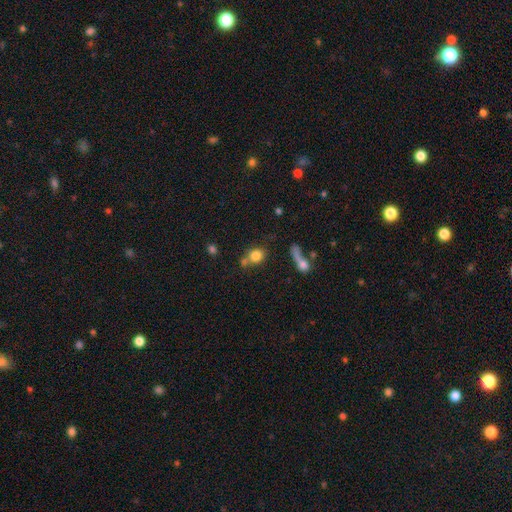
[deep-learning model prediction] This is likely a smooth galaxy (79%). How rounded: likely round (64%). Merging: possibly none (55%).